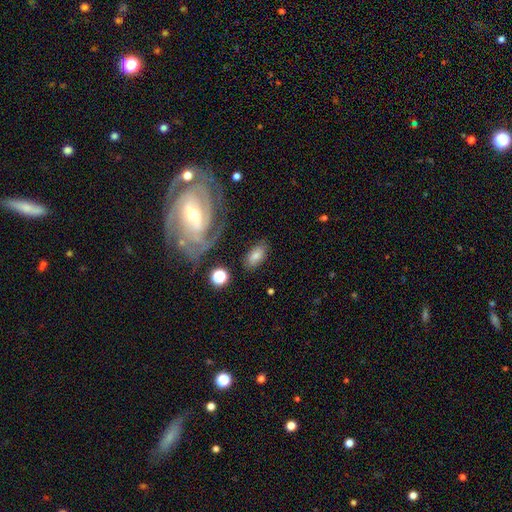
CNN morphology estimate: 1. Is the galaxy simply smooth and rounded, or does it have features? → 69% smooth, 23% featured or disk, 9% star or artifact.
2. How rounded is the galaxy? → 90% in between, 6% round, 3% cigar-shaped.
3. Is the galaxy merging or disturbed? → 75% none, 14% minor disturbance, 7% major disturbance, 5% merger.